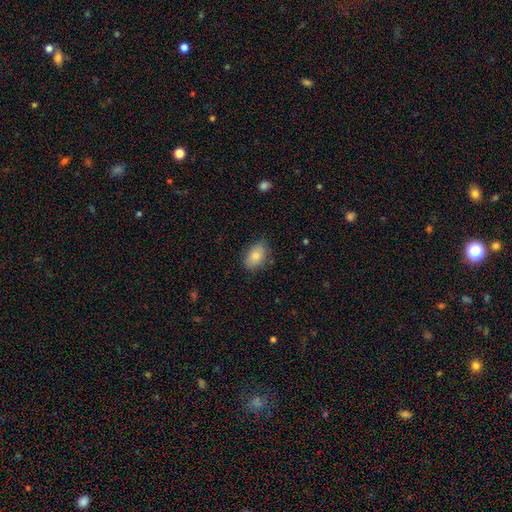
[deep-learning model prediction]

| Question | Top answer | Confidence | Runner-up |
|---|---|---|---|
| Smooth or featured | smooth | 83% | featured or disk (9%) |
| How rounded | in between | 84% | round (14%) |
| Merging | none | 77% | minor disturbance (19%) |